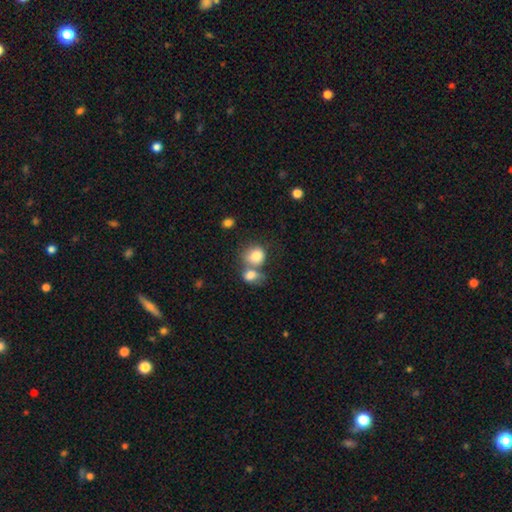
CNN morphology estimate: Q: Smooth or featured?
A: smooth (80%); runner-up: featured or disk (11%)
Q: How rounded?
A: round (65%); runner-up: in between (34%)
Q: Merging?
A: merger (52%); runner-up: none (31%)